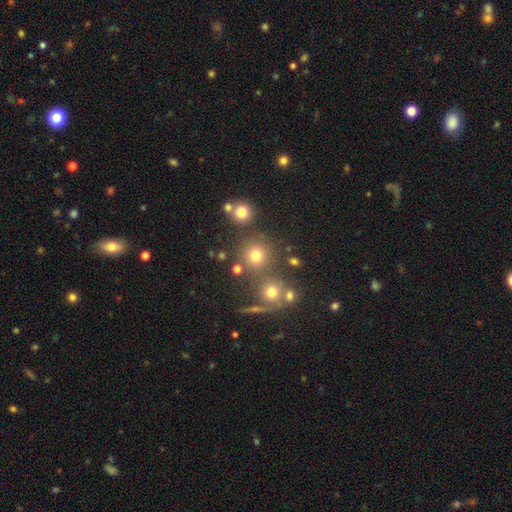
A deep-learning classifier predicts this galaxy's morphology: Smooth or featured?
  - smooth: 75% *
  - star or artifact: 17%
  - featured or disk: 8%
How rounded?
  - round: 92% *
  - in between: 7%
  - cigar-shaped: 1%
Merging?
  - none: 74% *
  - merger: 14%
  - minor disturbance: 8%
  - major disturbance: 4%